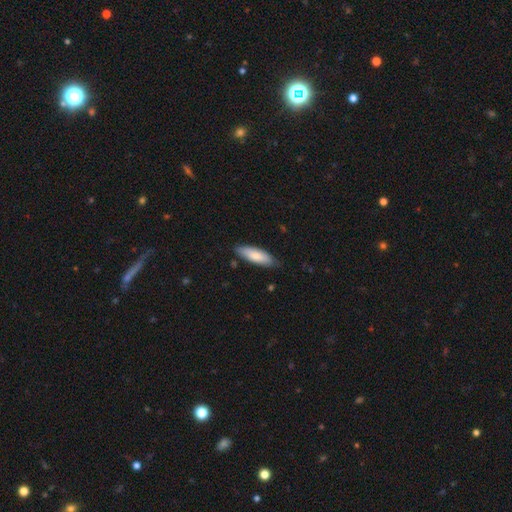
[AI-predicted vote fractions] The model was most divided on "how rounded": in between: 56%, cigar-shaped: 42%, round: 1%. More confident: merging — none (82%); smooth or featured — smooth (81%).